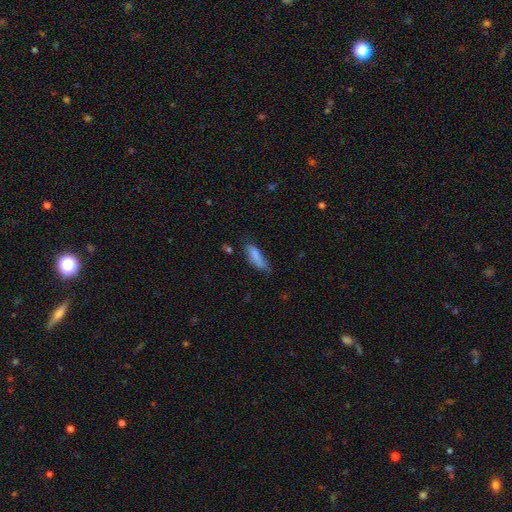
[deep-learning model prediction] Morphology: type=smooth (80%); roundness=in between (53%); merging=none (53%).